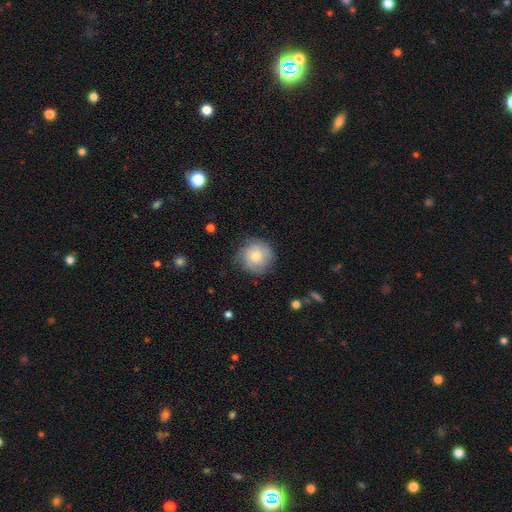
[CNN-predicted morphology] A smooth galaxy with no disk features (64%) that is round (93%).

Vote fractions:
- Smooth or featured? smooth: 64% / featured or disk: 28% / star or artifact: 7%
- How rounded? round: 93% / in between: 6% / cigar-shaped: 1%
- Merging? none: 76% / minor disturbance: 18% / major disturbance: 5% / merger: 1%